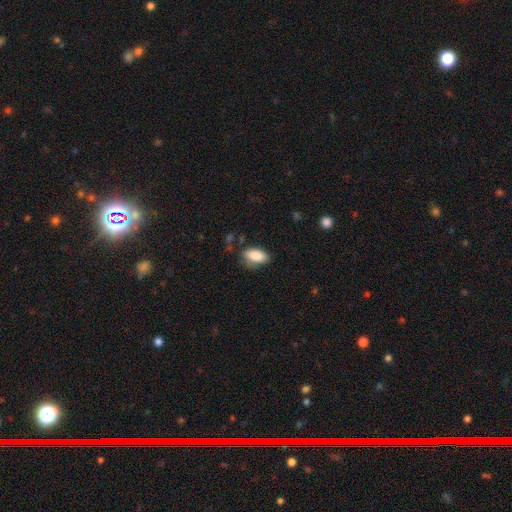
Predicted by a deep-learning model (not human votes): Smooth or featured?
  - smooth: 88% *
  - star or artifact: 7%
  - featured or disk: 5%
How rounded?
  - in between: 93% *
  - round: 4%
  - cigar-shaped: 3%
Merging?
  - none: 72% *
  - minor disturbance: 21%
  - major disturbance: 5%
  - merger: 2%